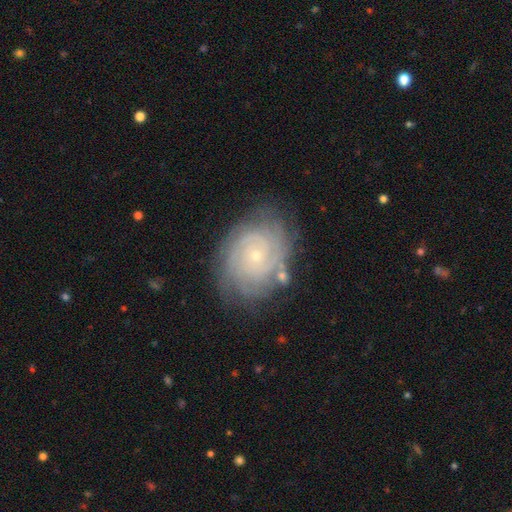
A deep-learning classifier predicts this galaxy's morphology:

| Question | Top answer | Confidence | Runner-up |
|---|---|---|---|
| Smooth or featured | featured or disk | 83% | smooth (10%) |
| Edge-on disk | no | 97% | yes (3%) |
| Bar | no | 81% | weak (16%) |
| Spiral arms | yes | 96% | no (4%) |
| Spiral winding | tight | 81% | medium (15%) |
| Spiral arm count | can't tell | 32% | 4 (19%) |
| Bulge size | small | 84% | moderate (12%) |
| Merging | none | 77% | minor disturbance (16%) |